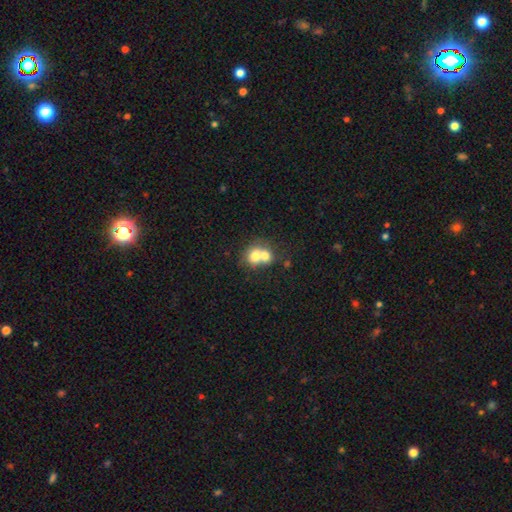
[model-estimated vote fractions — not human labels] This is likely a smooth galaxy (69%). How rounded: likely round (60%). Merging: likely merger (70%).